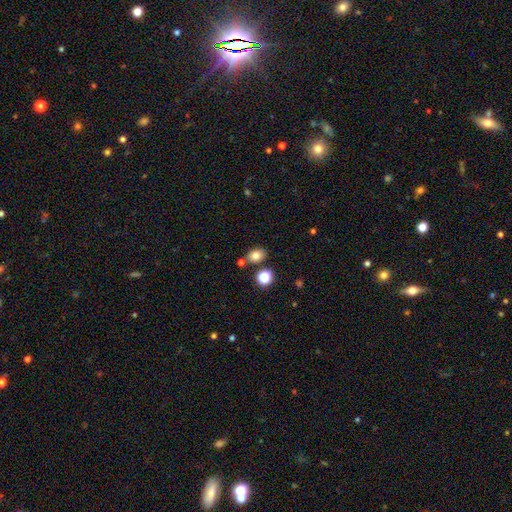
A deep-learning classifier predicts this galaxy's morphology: Q: Smooth or featured?
A: smooth (80%); runner-up: star or artifact (12%)
Q: How rounded?
A: in between (64%); runner-up: round (35%)
Q: Merging?
A: none (76%); runner-up: minor disturbance (11%)